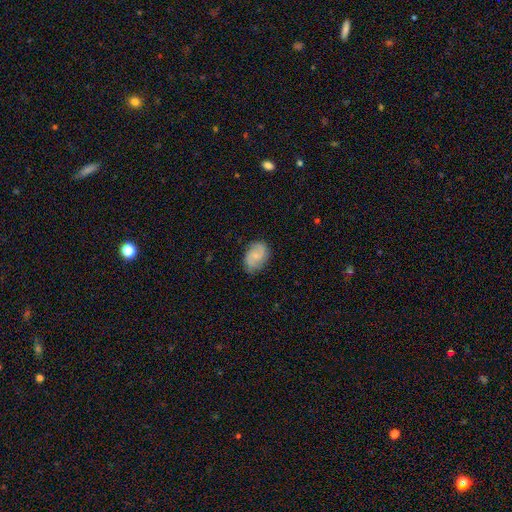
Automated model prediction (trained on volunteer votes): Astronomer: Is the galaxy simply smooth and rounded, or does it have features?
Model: smooth — 50% (runner-up: featured or disk, 42%).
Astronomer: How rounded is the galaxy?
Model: in between — 81%.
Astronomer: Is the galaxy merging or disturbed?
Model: none — 77%.